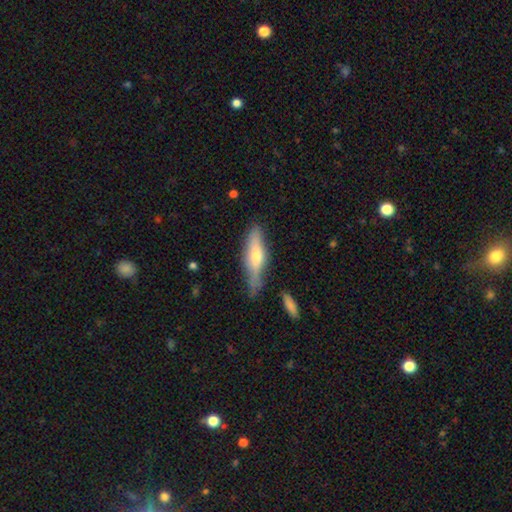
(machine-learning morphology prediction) Smooth or featured? Predicted: smooth (p=0.50). Merging? Predicted: none (p=0.63).